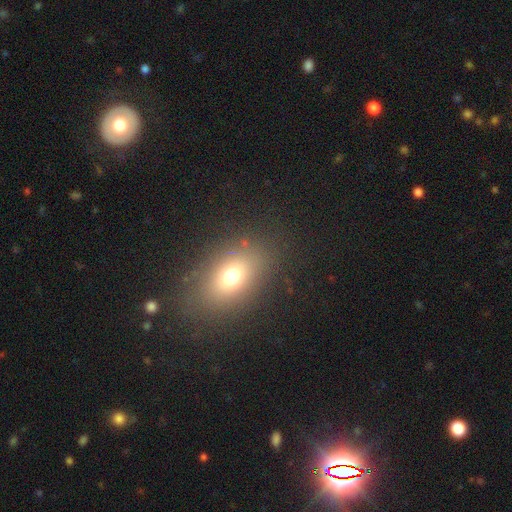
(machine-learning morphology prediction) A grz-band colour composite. It shows a smooth galaxy with no disk features (60%) that is in between round and cigar-shaped (78%). Merging: none (87%).